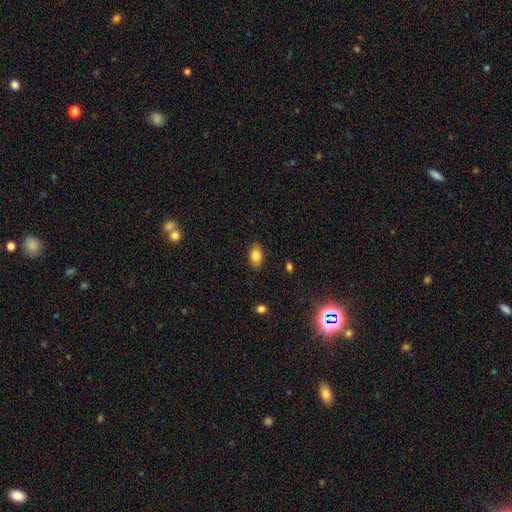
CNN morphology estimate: Smooth or featured?
  - smooth: 82% *
  - featured or disk: 10%
  - star or artifact: 8%
How rounded?
  - in between: 90% *
  - round: 7%
  - cigar-shaped: 3%
Merging?
  - none: 86% *
  - minor disturbance: 10%
  - major disturbance: 2%
  - merger: 1%